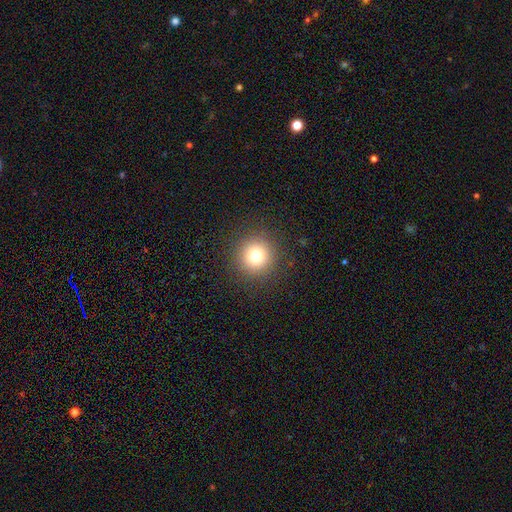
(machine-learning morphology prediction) A smooth galaxy with no disk features (77%) that is round (95%). Merging: none (91%).